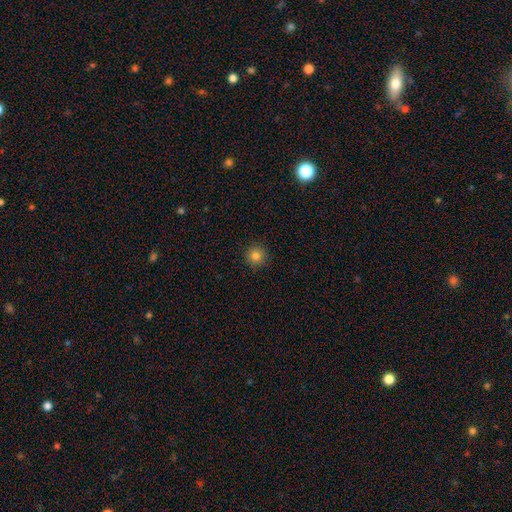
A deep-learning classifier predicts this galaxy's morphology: smooth-or-featured: smooth: 81% | star or artifact: 13% | featured or disk: 6%
  how-rounded: round: 95% | in between: 4% | cigar-shaped: 1%
  merging: none: 92% | minor disturbance: 6% | major disturbance: 2% | merger: 1%